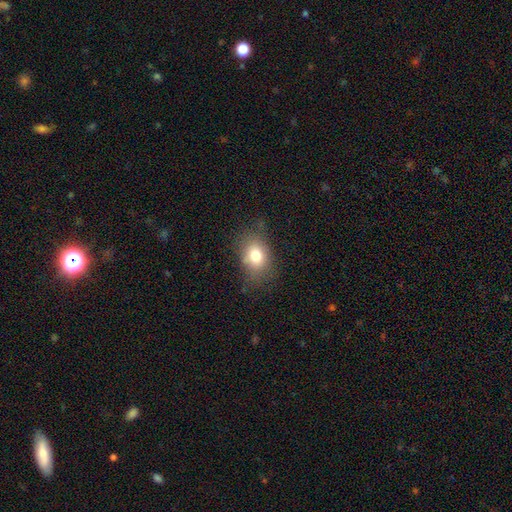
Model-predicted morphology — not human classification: smooth_or_featured: smooth (p=0.76) [alt: featured or disk p=0.13]
how_rounded: in between (p=0.70) [alt: round p=0.28]
merging: none (p=0.70) [alt: minor disturbance p=0.21]